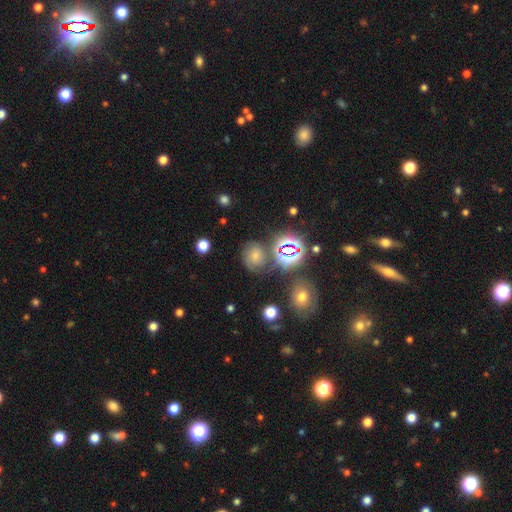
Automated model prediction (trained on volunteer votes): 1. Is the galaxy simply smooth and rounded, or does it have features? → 38% smooth, 32% featured or disk, 30% star or artifact.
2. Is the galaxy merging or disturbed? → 64% none, 19% minor disturbance, 10% major disturbance, 6% merger.